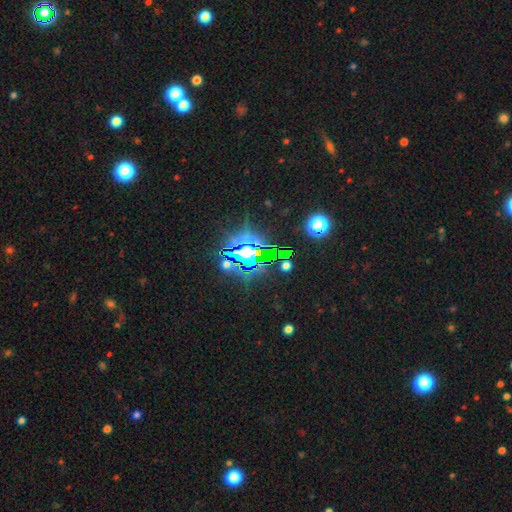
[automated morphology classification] type=star or artifact (72%).